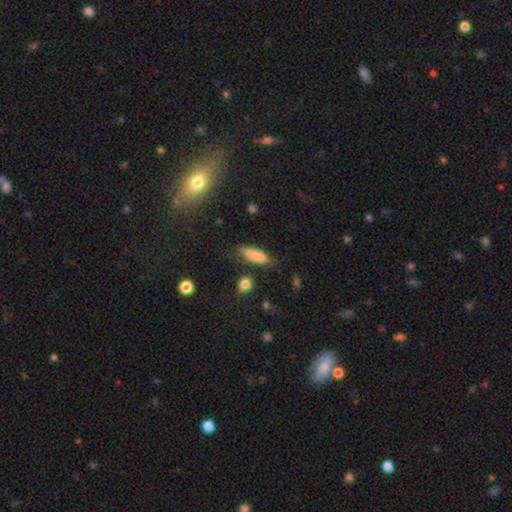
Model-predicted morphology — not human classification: A smooth galaxy with no disk features (82%) that is in between round and cigar-shaped (62%).

Vote fractions:
- Smooth or featured? smooth: 82% / featured or disk: 10% / star or artifact: 8%
- How rounded? in between: 62% / cigar-shaped: 35% / round: 3%
- Merging? none: 70% / minor disturbance: 20% / major disturbance: 6% / merger: 4%